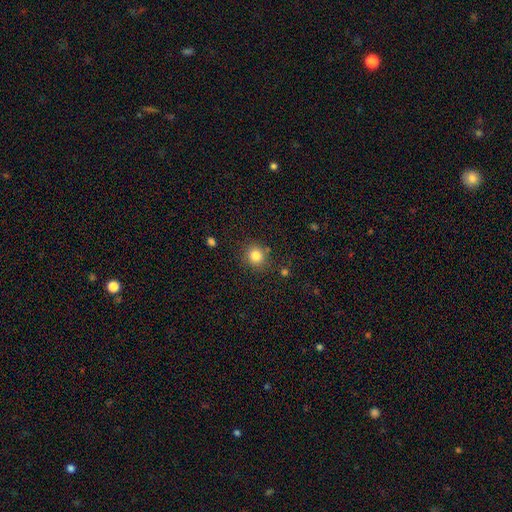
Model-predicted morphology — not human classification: Smooth or featured: smooth — 83% (star or artifact — 12%)
How rounded: round — 87% (in between — 12%)
Merging: none — 83% (minor disturbance — 10%)